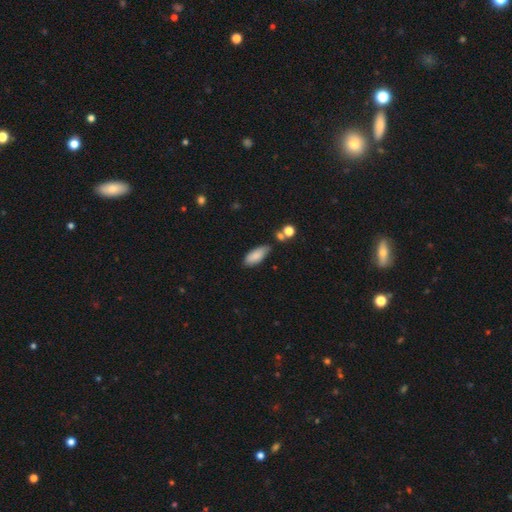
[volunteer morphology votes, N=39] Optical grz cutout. It shows a smooth galaxy with no disk features (92%) that is in between round and cigar-shaped (94%). Merging: none (61%).